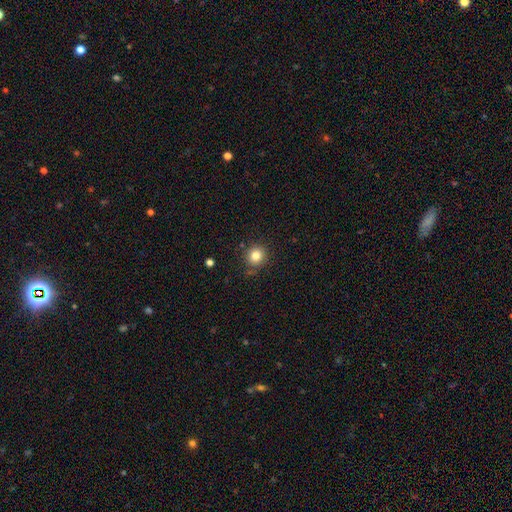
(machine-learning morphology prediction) A smooth galaxy with no disk features (82%) that is round (91%). Merging: none (85%).